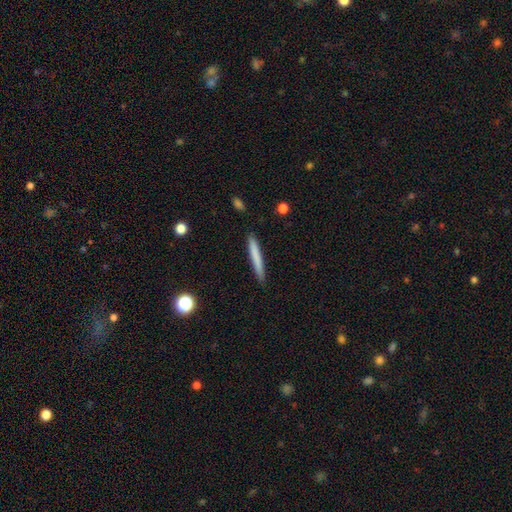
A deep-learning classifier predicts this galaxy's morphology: Overall: smooth (74%). How rounded: cigar-shaped (96%). Merging: none (89%).